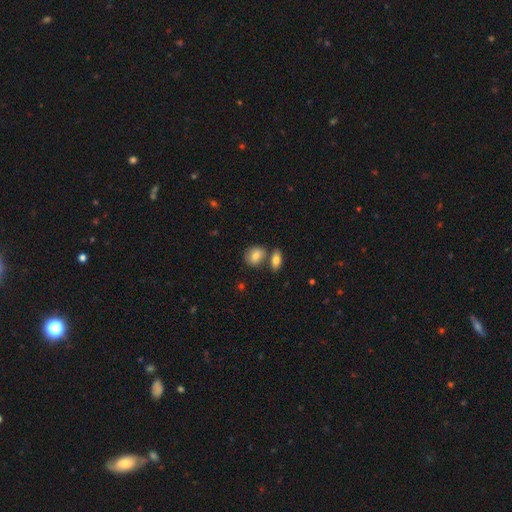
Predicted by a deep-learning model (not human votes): A smooth galaxy with no disk features (79%) that is in between round and cigar-shaped (63%).

Vote fractions:
- Smooth or featured? smooth: 79% / featured or disk: 13% / star or artifact: 7%
- How rounded? in between: 63% / round: 35% / cigar-shaped: 3%
- Merging? none: 59% / merger: 27% / minor disturbance: 11% / major disturbance: 3%